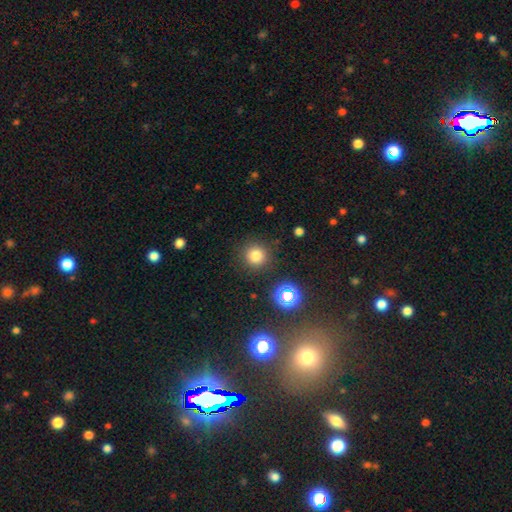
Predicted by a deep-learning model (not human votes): Smooth or featured: smooth — 76% (star or artifact — 18%)
How rounded: round — 94% (in between — 5%)
Merging: none — 88% (minor disturbance — 7%)